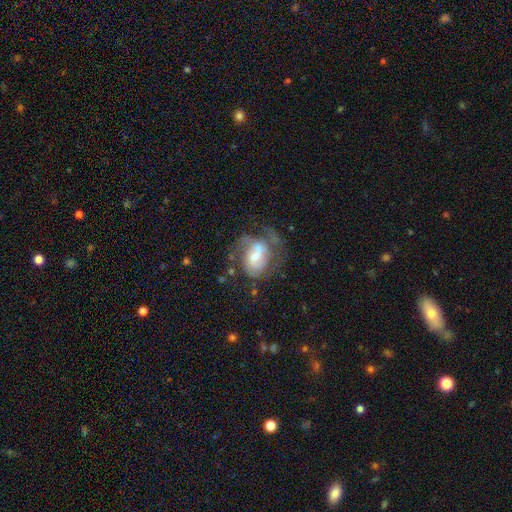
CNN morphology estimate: A featured or disk galaxy (72%) with a weak bar (52%), 2 (57%) medium (46%) spiral arms (84%) and a moderate central bulge (46%).

Vote fractions:
- Smooth or featured? featured or disk: 72% / smooth: 21% / star or artifact: 7%
- Edge-on disk? no: 97% / yes: 3%
- Bar? weak: 52% / no: 31% / strong: 17%
- Spiral arms? yes: 84% / no: 16%
- Spiral winding? medium: 46% / tight: 30% / loose: 24%
- Spiral arm count? 2: 57% / can't tell: 23% / 1: 9% / 3: 7% / 4: 2% / more than 4: 2%
- Bulge size? moderate: 46% / small: 42% / large: 7% / none: 4% / dominant: 1%
- Merging? none: 38% / major disturbance: 29% / minor disturbance: 22% / merger: 11%